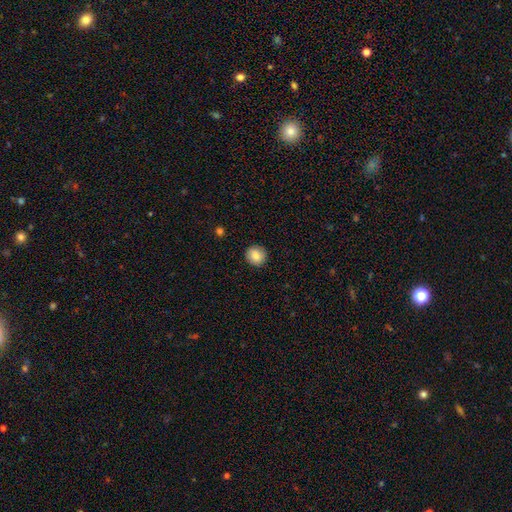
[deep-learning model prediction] smooth-or-featured: smooth: 86% | star or artifact: 8% | featured or disk: 6%
  how-rounded: round: 91% | in between: 8% | cigar-shaped: 1%
  merging: none: 91% | minor disturbance: 6% | major disturbance: 2% | merger: 1%